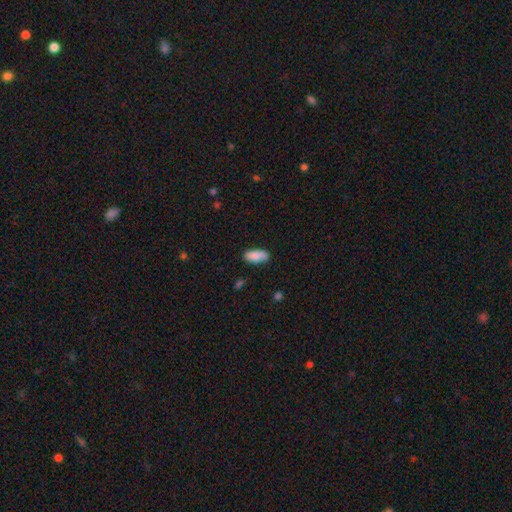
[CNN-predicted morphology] smooth-or-featured: smooth: 85% | featured or disk: 8% | star or artifact: 7%
  how-rounded: in between: 87% | cigar-shaped: 11% | round: 2%
  merging: none: 77% | minor disturbance: 18% | major disturbance: 3% | merger: 2%